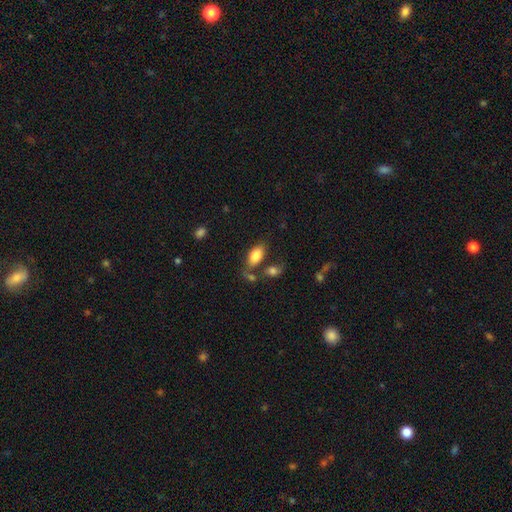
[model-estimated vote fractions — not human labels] Overall: smooth (85%). How rounded: in between (93%). Merging: none (60%).